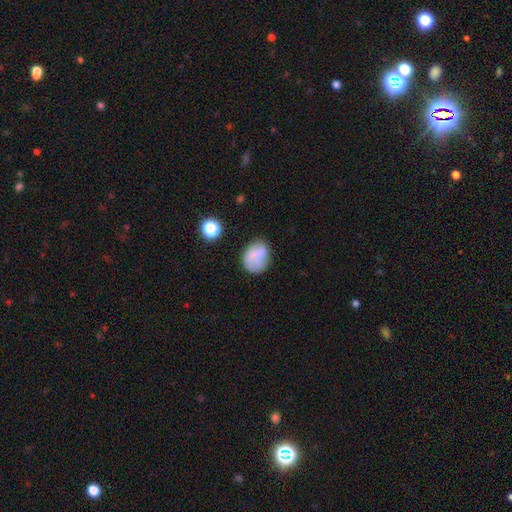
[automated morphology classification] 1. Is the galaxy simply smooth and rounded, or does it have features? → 68% smooth, 22% featured or disk, 11% star or artifact.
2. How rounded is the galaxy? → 62% round, 36% in between, 1% cigar-shaped.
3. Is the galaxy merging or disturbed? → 59% none, 24% minor disturbance, 13% major disturbance, 4% merger.